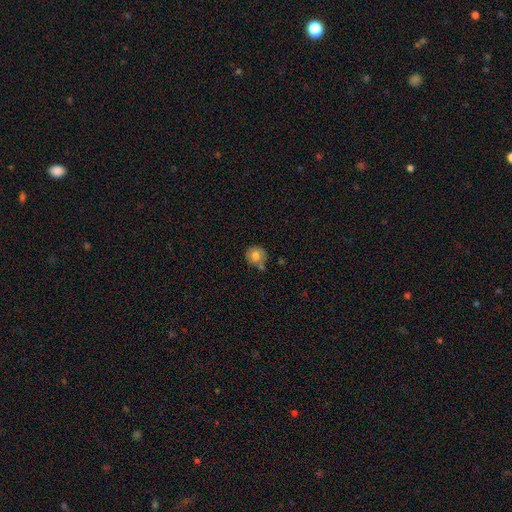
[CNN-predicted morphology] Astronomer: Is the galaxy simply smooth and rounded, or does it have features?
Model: smooth — 75%.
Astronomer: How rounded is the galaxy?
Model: round — 85%.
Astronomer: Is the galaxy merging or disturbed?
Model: none — 61%.